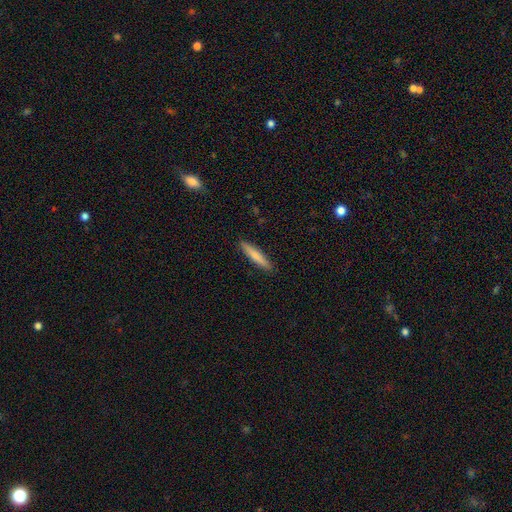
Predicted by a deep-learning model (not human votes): This appears to be a smooth galaxy with no disk features (75%) that is cigar-shaped (92%). Merging: none (91%).